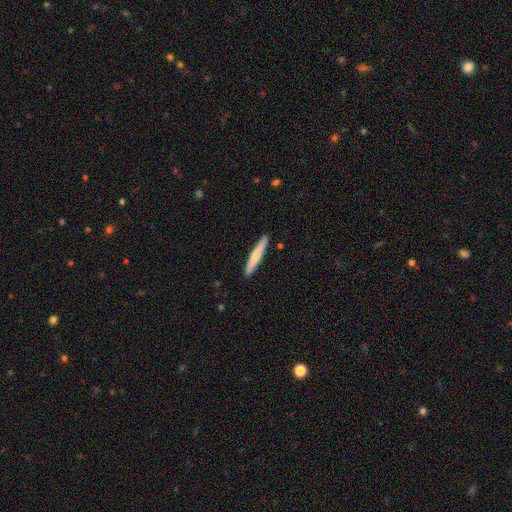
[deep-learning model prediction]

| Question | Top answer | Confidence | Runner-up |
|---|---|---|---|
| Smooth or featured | smooth | 61% | featured or disk (34%) |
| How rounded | cigar-shaped | 95% | in between (4%) |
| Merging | none | 92% | minor disturbance (6%) |